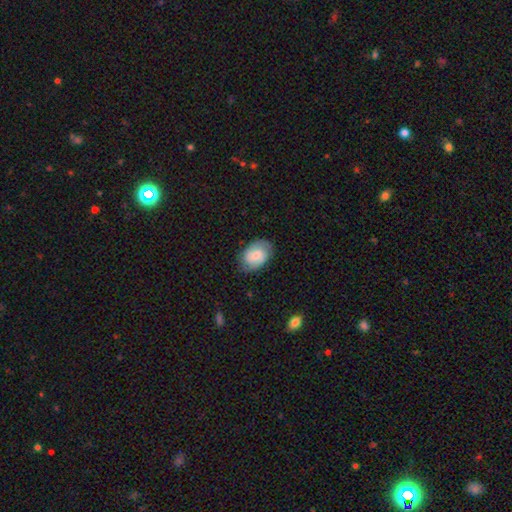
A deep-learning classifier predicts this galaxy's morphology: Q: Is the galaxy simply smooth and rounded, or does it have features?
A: featured or disk — 60%.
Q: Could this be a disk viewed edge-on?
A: no — 97%.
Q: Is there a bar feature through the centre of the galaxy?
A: weak — 51%.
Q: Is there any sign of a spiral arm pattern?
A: yes — 91%.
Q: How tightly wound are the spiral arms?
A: medium — 45%.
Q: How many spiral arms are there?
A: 2 — 83%.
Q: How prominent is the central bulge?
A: small — 41%.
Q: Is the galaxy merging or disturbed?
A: none — 79%.